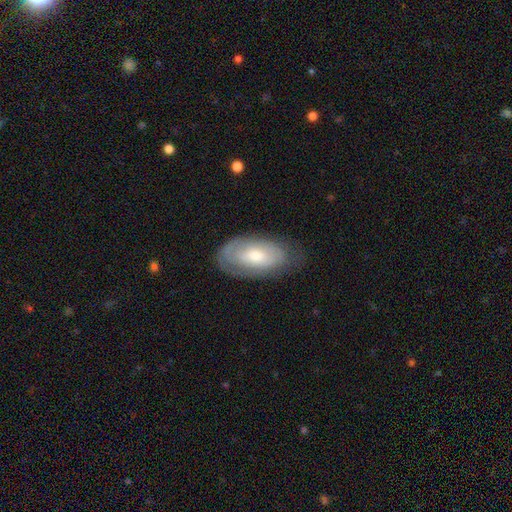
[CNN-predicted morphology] Smooth or featured?
  - featured or disk: 53% *
  - smooth: 40%
  - star or artifact: 6%
Edge-on disk?
  - no: 91% *
  - yes: 9%
Merging?
  - none: 70% *
  - minor disturbance: 21%
  - major disturbance: 8%
  - merger: 1%